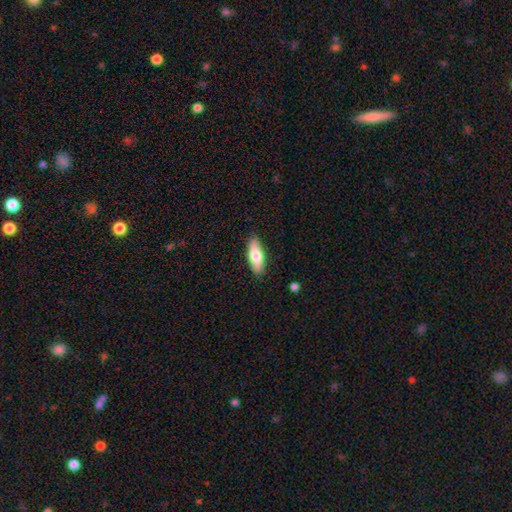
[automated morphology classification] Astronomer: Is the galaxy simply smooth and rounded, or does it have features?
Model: smooth — 69%.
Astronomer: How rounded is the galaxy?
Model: in between — 67%.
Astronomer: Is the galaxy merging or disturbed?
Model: none — 87%.